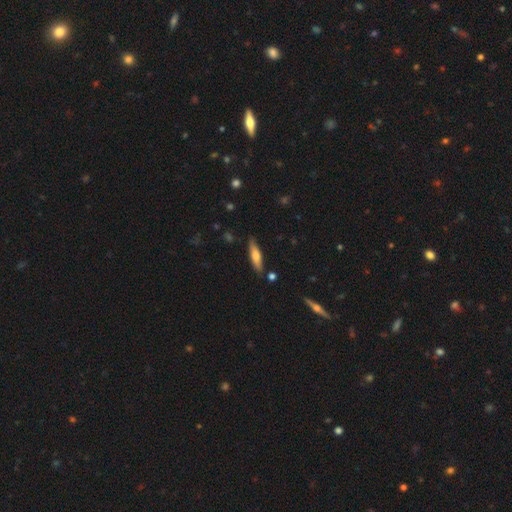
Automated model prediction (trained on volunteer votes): Q: Smooth or featured?
A: smooth (60%); runner-up: featured or disk (34%)
Q: How rounded?
A: cigar-shaped (73%); runner-up: in between (25%)
Q: Merging?
A: none (84%); runner-up: minor disturbance (11%)